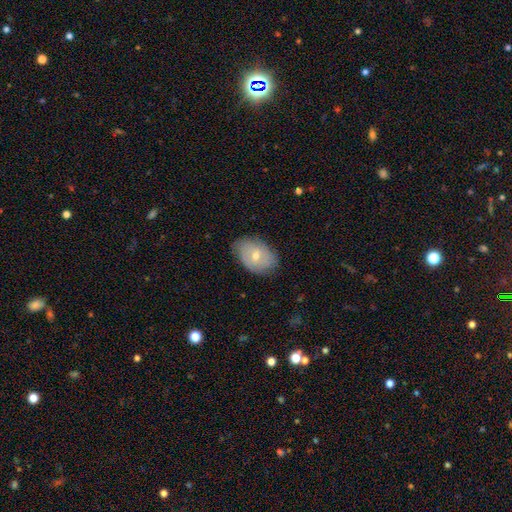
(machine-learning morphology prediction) A smooth galaxy with no disk features (49%). Merging: none (79%).